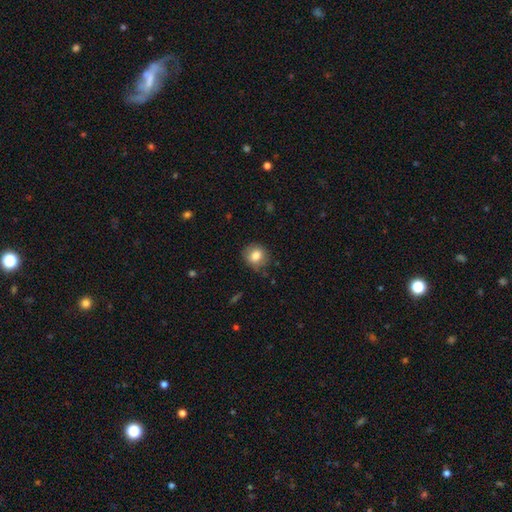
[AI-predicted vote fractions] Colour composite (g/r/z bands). It shows a smooth galaxy with no disk features (81%) that is round (79%). Merging: none (81%).